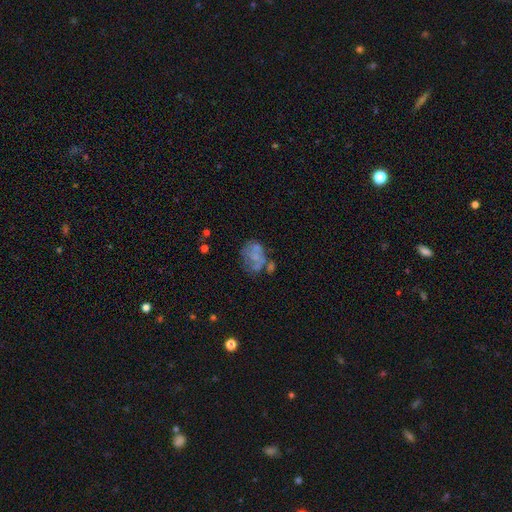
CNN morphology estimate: A featured or disk galaxy (49%). Merging: none (36%).